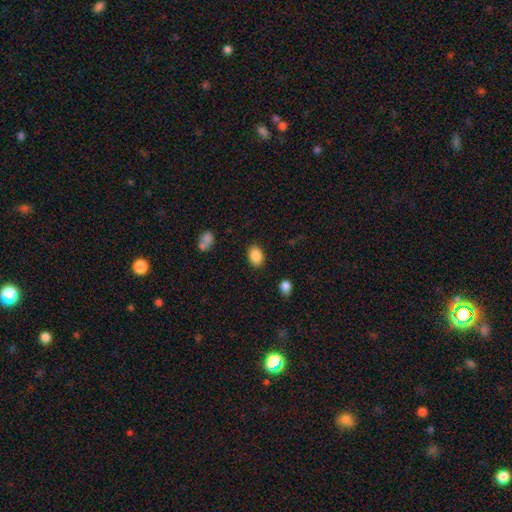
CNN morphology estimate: Q: Smooth or featured?
A: smooth (87%); runner-up: star or artifact (8%)
Q: How rounded?
A: in between (72%); runner-up: round (27%)
Q: Merging?
A: none (85%); runner-up: minor disturbance (10%)